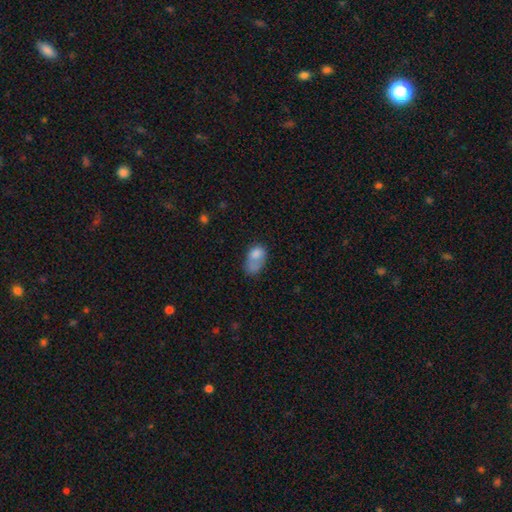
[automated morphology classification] Q: Smooth or featured?
A: smooth (74%); runner-up: featured or disk (17%)
Q: How rounded?
A: in between (87%); runner-up: round (12%)
Q: Merging?
A: none (28%); runner-up: minor disturbance (25%)